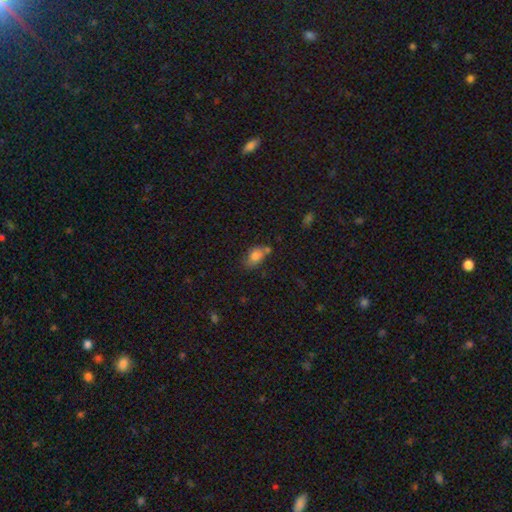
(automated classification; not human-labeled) Overall: smooth (79%). How rounded: in between (84%). Merging: none (53%; minor disturbance 21%).